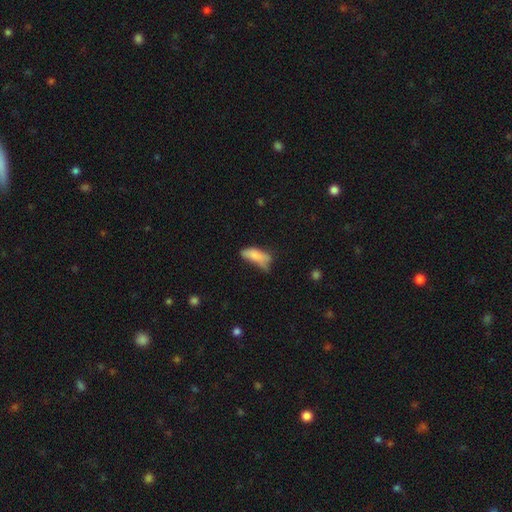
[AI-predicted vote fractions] Smooth or featured?
  - smooth: 77% *
  - featured or disk: 14%
  - star or artifact: 9%
How rounded?
  - in between: 66% *
  - cigar-shaped: 32%
  - round: 3%
Merging?
  - minor disturbance: 35% *
  - none: 31%
  - major disturbance: 23%
  - merger: 10%